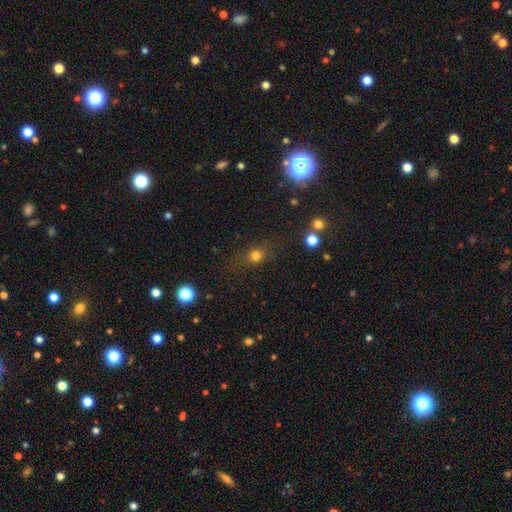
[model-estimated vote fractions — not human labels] Overall: smooth (74%). How rounded: round (71%). Merging: none (74%).